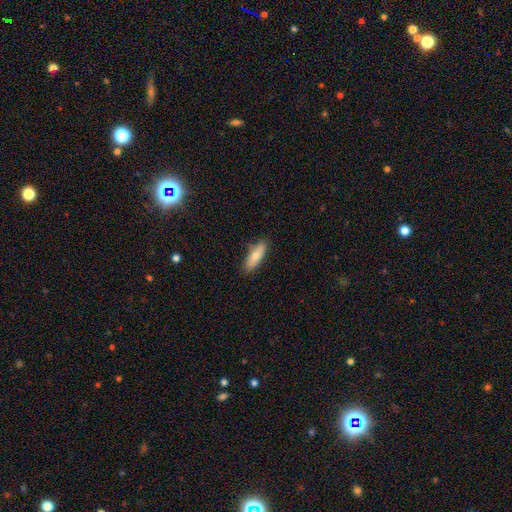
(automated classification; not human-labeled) A smooth galaxy with no disk features (76%) that is in between round and cigar-shaped (57%).

Vote fractions:
- Smooth or featured? smooth: 76% / featured or disk: 18% / star or artifact: 6%
- How rounded? in between: 57% / cigar-shaped: 40% / round: 2%
- Merging? none: 83% / minor disturbance: 13% / major disturbance: 2% / merger: 2%